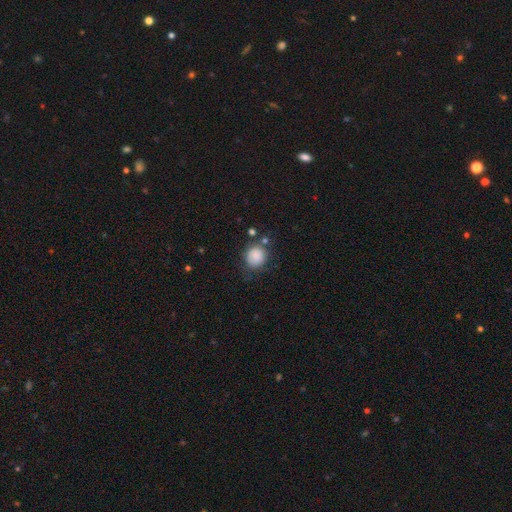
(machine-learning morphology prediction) A smooth galaxy with no disk features (85%) that is round (84%).

Vote fractions:
- Smooth or featured? smooth: 85% / star or artifact: 9% / featured or disk: 6%
- How rounded? round: 84% / in between: 15% / cigar-shaped: 1%
- Merging? none: 70% / minor disturbance: 18% / major disturbance: 6% / merger: 6%